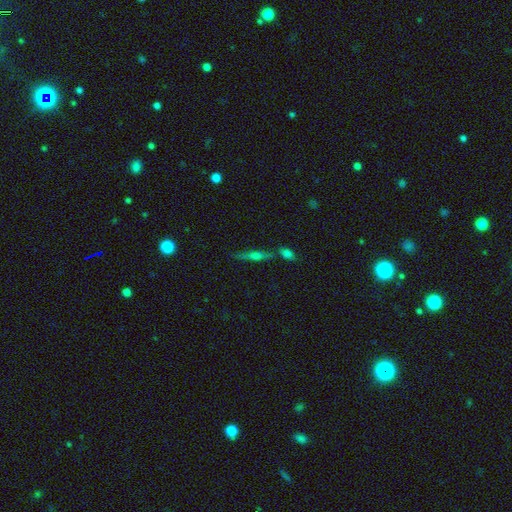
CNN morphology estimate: This appears to be a featured or disk galaxy (61%) viewed edge-on (95%) with a rounded central bulge (83%). Merging: none (72%).